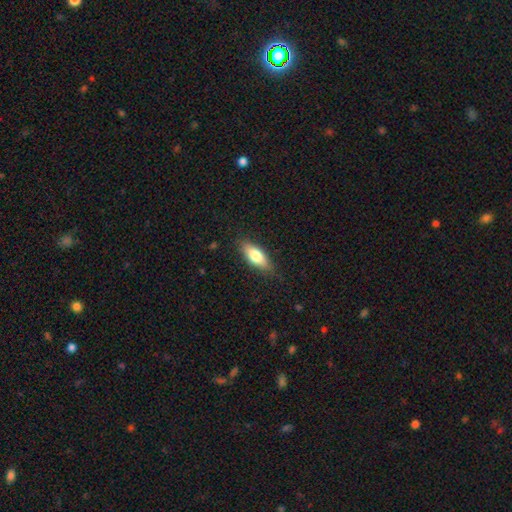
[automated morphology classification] smooth-or-featured: smooth: 75% | featured or disk: 19% | star or artifact: 6%
  how-rounded: in between: 72% | cigar-shaped: 25% | round: 2%
  merging: none: 83% | minor disturbance: 13% | major disturbance: 3% | merger: 1%